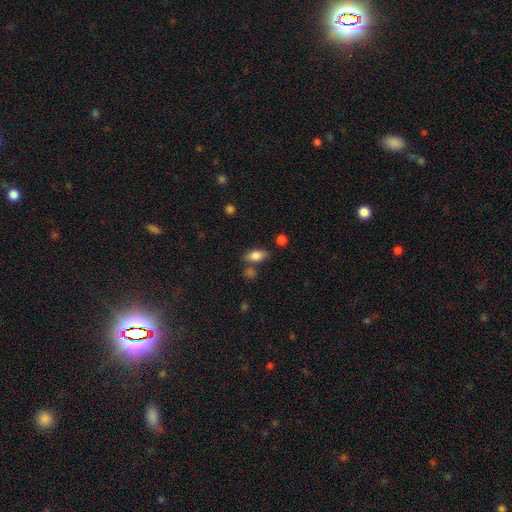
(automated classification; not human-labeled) Q: Smooth or featured?
A: smooth (81%); runner-up: featured or disk (10%)
Q: How rounded?
A: in between (87%); runner-up: cigar-shaped (8%)
Q: Merging?
A: none (73%); runner-up: minor disturbance (14%)